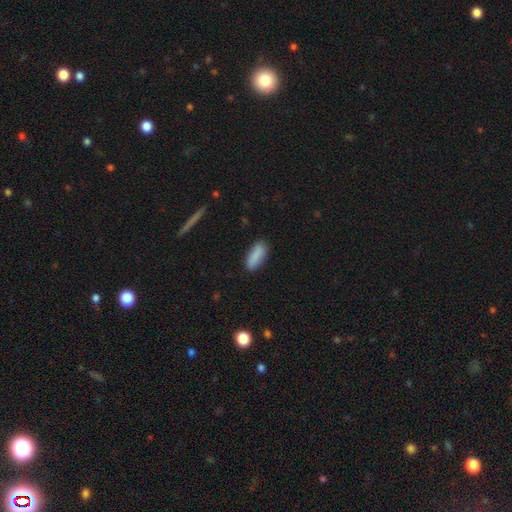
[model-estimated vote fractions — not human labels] Smooth or featured? Predicted: smooth (p=0.89). How rounded? Predicted: in between (p=0.75). Merging? Predicted: none (p=0.85).